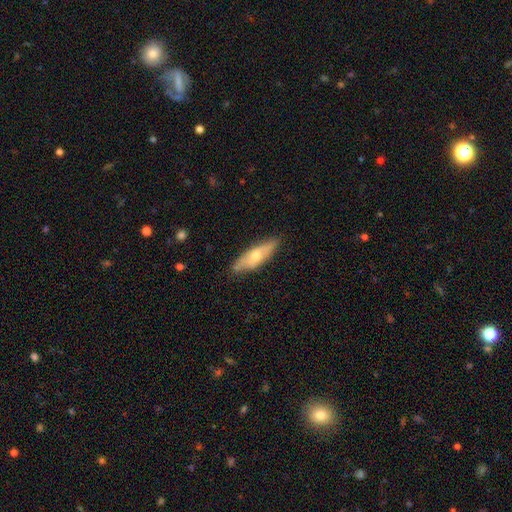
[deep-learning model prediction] featured or disk 47% (tied), smooth 47% (tied), star or artifact 6%. Down the decision tree: merging — none (81%).